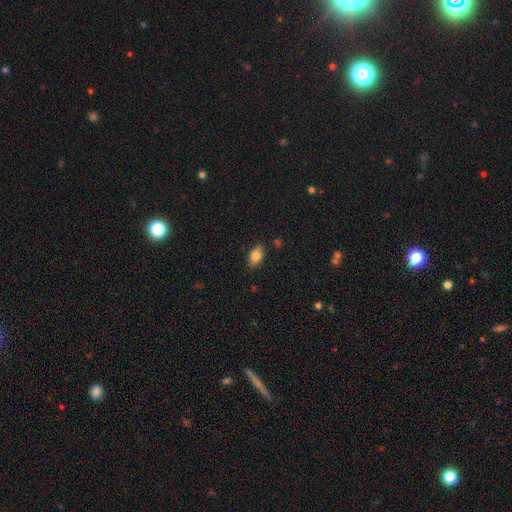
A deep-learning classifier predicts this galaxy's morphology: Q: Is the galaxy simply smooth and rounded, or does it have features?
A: smooth — 83%.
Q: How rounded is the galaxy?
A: in between — 89%.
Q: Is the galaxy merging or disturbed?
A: none — 85%.